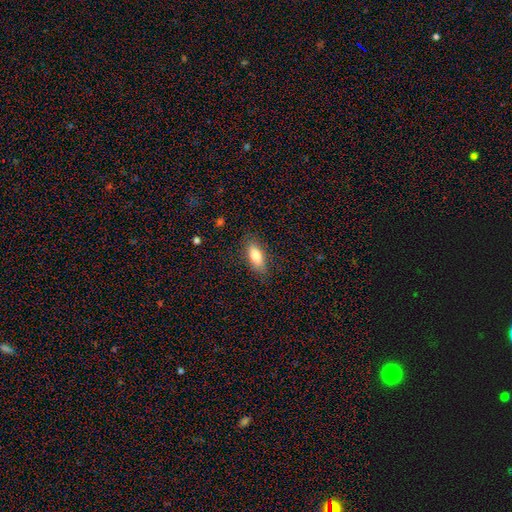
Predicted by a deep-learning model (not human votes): Smooth or featured?
  - smooth: 82% *
  - featured or disk: 11%
  - star or artifact: 7%
How rounded?
  - in between: 77% *
  - cigar-shaped: 20%
  - round: 3%
Merging?
  - none: 83% *
  - minor disturbance: 12%
  - major disturbance: 3%
  - merger: 1%